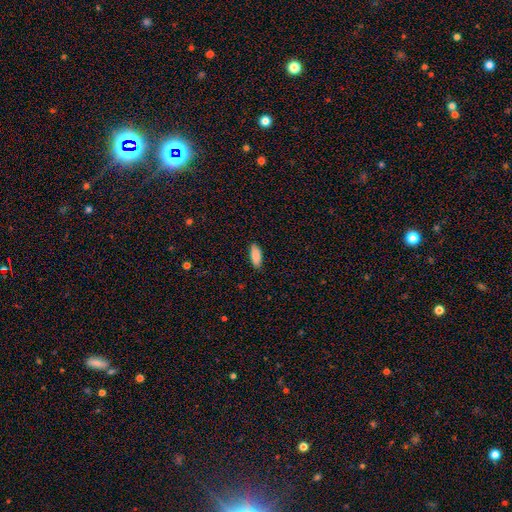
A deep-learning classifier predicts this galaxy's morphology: smooth 89%, star or artifact 6%, featured or disk 5%. Down the decision tree: how rounded — in between (79%); merging — none (88%).